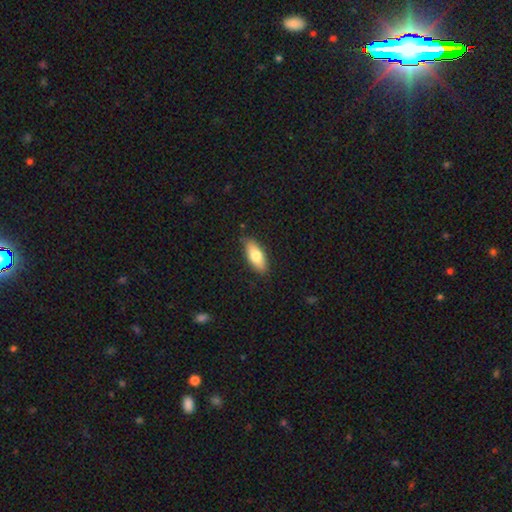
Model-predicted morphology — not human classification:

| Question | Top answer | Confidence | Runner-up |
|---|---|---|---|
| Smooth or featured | smooth | 74% | featured or disk (20%) |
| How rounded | in between | 79% | cigar-shaped (19%) |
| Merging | none | 85% | minor disturbance (12%) |